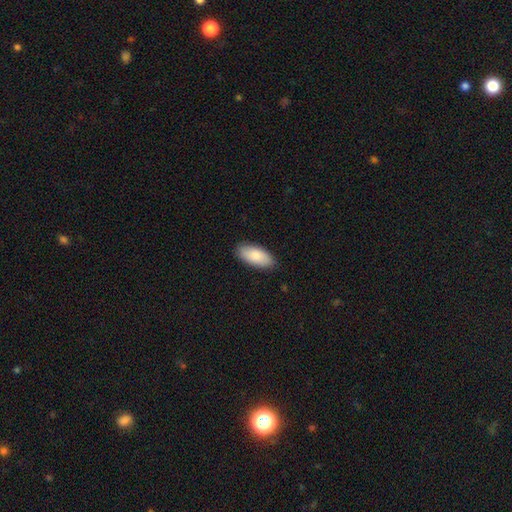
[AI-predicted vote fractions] Smooth or featured? smooth (85%)
How rounded? in between (89%)
Merging? none (87%)